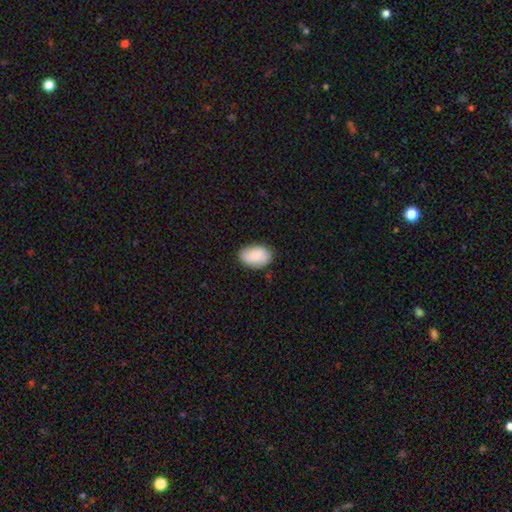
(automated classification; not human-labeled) This is clearly a smooth galaxy (82%). How rounded: clearly in between (87%). Merging: clearly none (81%).